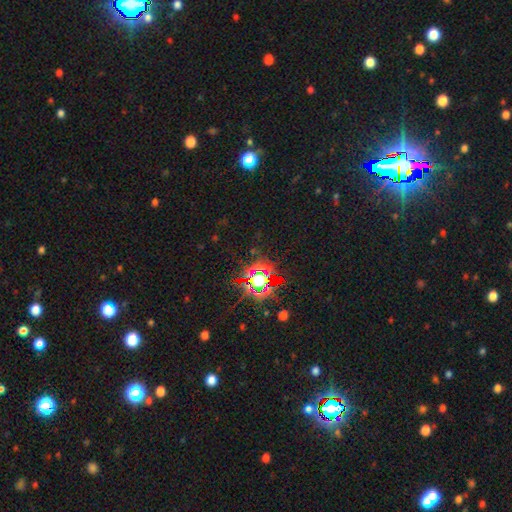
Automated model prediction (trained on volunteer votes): Smooth or featured? Predicted: star or artifact (p=0.81).